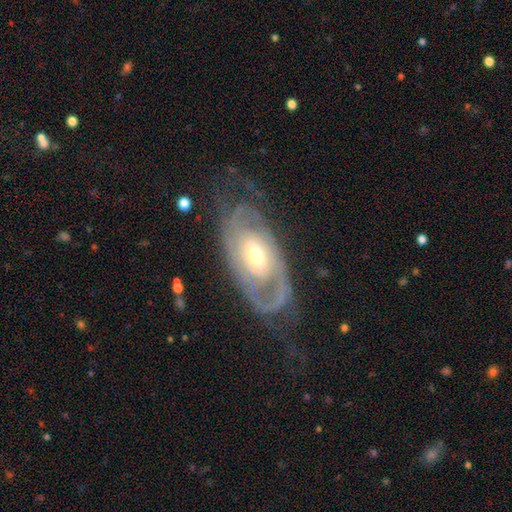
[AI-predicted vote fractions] Smooth or featured? Predicted: featured or disk (p=0.80). Edge-on disk? Predicted: no (p=0.93). Bar? Predicted: no (p=0.62). Spiral arms? Predicted: yes (p=0.81). Spiral winding? Predicted: tight (p=0.55). Spiral arm count? Predicted: 2 (p=0.38). Bulge size? Predicted: moderate (p=0.67). Merging? Predicted: none (p=0.57).